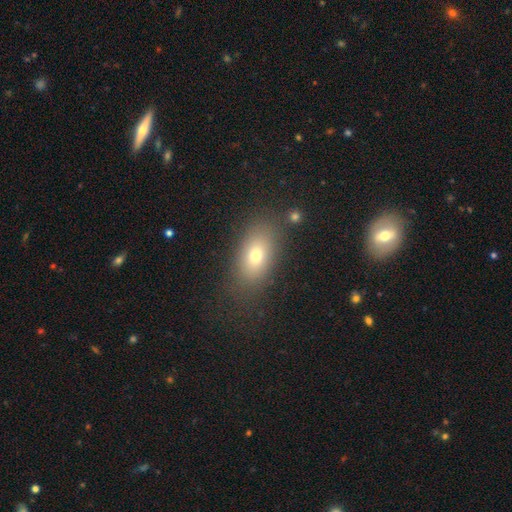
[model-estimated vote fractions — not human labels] Q: Smooth or featured?
A: smooth (71%); runner-up: featured or disk (16%)
Q: How rounded?
A: in between (84%); runner-up: round (11%)
Q: Merging?
A: none (80%); runner-up: minor disturbance (12%)